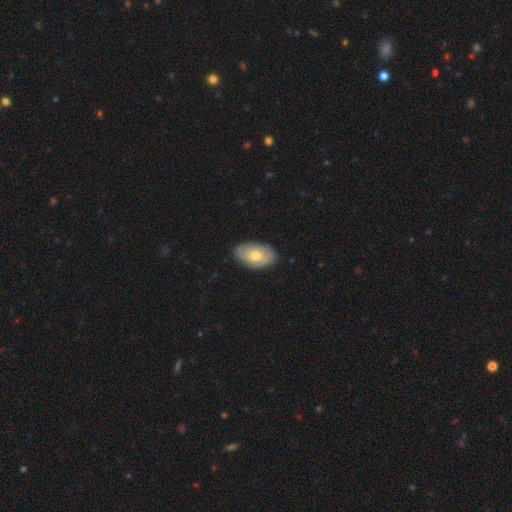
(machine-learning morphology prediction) Smooth or featured? smooth (47%, tied with featured or disk)
Merging? none (81%)